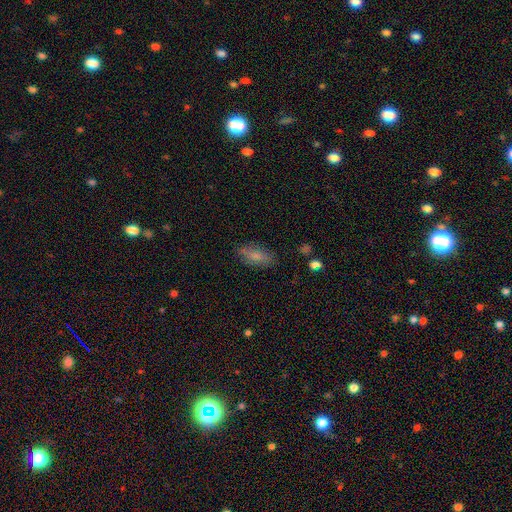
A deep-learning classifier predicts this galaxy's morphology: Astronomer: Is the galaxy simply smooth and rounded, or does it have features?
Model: smooth — 77%.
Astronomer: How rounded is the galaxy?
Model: in between — 83%.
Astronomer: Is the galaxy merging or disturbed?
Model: none — 79%.